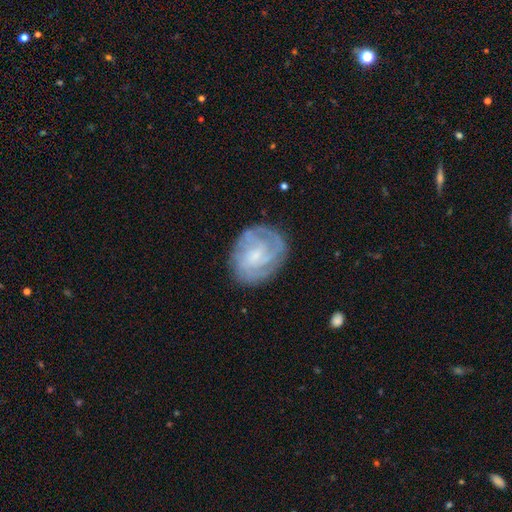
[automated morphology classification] Smooth or featured?
  - featured or disk: 76% *
  - smooth: 18%
  - star or artifact: 7%
Edge-on disk?
  - no: 98% *
  - yes: 2%
Bar?
  - no: 48% *
  - weak: 43%
  - strong: 9%
Spiral arms?
  - yes: 92% *
  - no: 8%
Spiral winding?
  - tight: 61% *
  - medium: 31%
  - loose: 8%
Spiral arm count?
  - can't tell: 35% *
  - 3: 25%
  - 2: 18%
  - 4: 12%
  - 1: 5%
  - more than 4: 5%
Bulge size?
  - small: 61% *
  - moderate: 21%
  - none: 15%
  - large: 2%
  - dominant: 1%
Merging?
  - none: 76% *
  - minor disturbance: 16%
  - major disturbance: 7%
  - merger: 1%